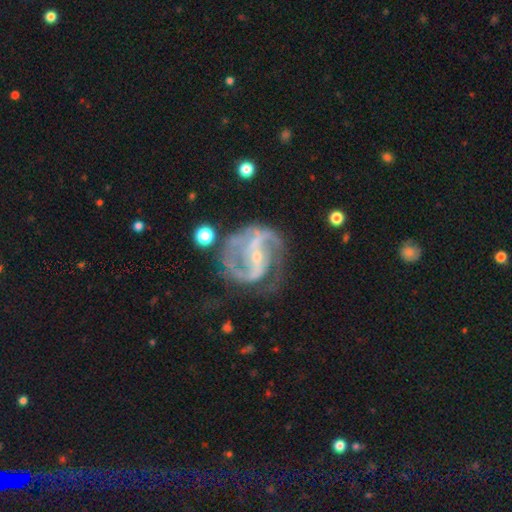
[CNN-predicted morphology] A featured or disk galaxy (89%) with a strong bar (45%), 2 (73%) medium (52%) spiral arms (94%) and a small central bulge (76%). Merging: none (56%).